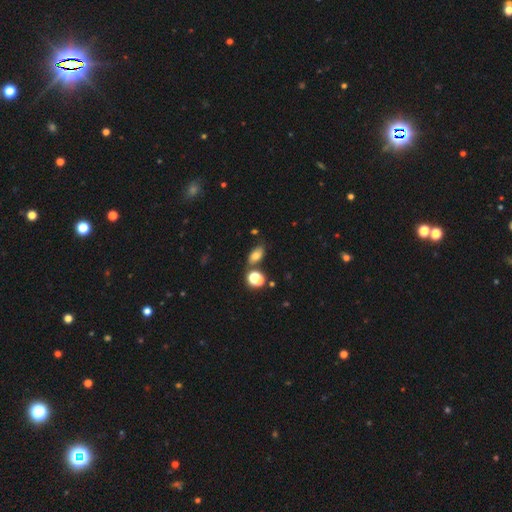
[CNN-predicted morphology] This appears to be a smooth galaxy with no disk features (72%) that is in between round and cigar-shaped (82%). Merging: none (67%).